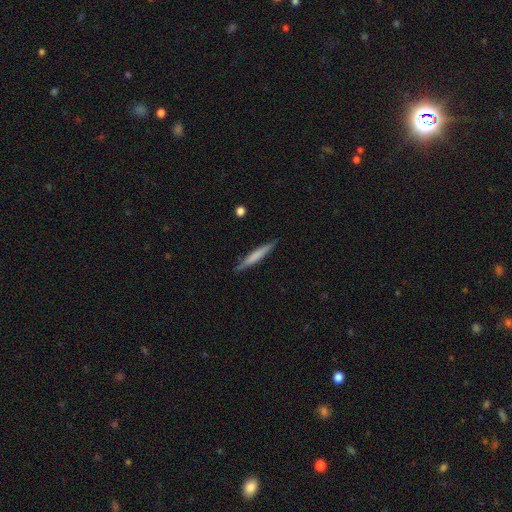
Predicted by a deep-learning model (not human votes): A smooth galaxy with no disk features (58%) that is cigar-shaped (95%). Merging: none (88%).